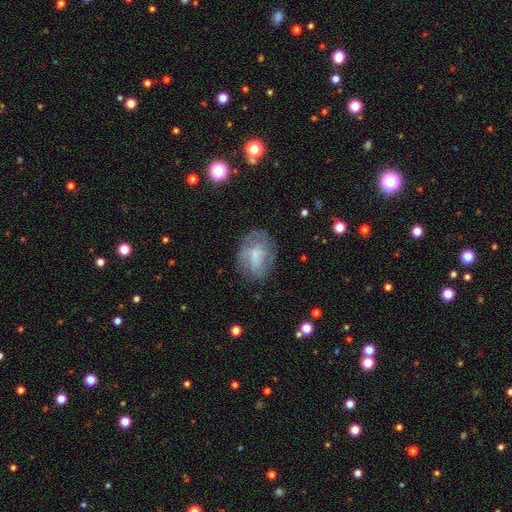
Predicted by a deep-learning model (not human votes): featured or disk 51%, smooth 40%, star or artifact 9%. Down the decision tree: edge-on disk — no (96%); merging — none (63%).